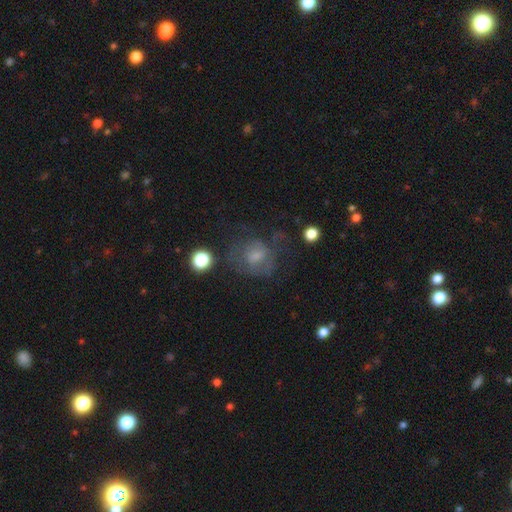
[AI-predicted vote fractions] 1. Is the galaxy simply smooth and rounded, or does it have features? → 48% smooth, 37% featured or disk, 15% star or artifact.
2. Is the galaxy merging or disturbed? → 47% none, 28% major disturbance, 21% minor disturbance, 4% merger.